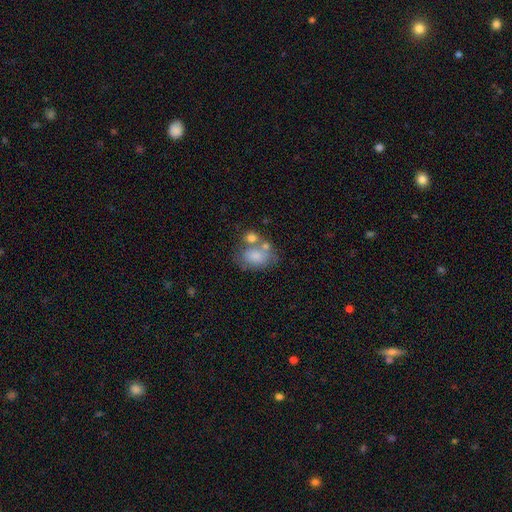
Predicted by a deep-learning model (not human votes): smooth-or-featured: smooth: 71% | featured or disk: 20% | star or artifact: 9%
  how-rounded: in between: 67% | round: 32% | cigar-shaped: 1%
  merging: none: 39% | merger: 31% | minor disturbance: 19% | major disturbance: 11%